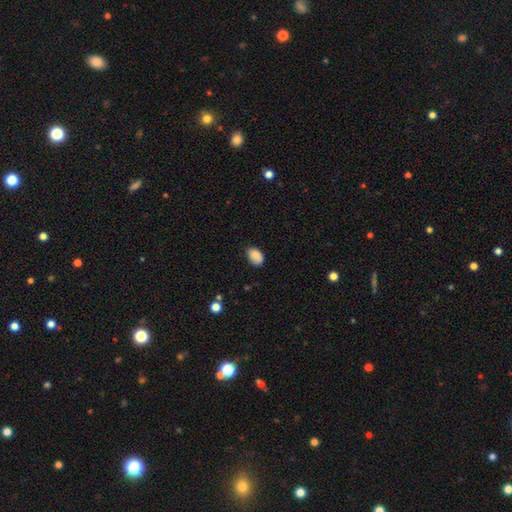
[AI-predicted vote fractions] This is clearly a smooth galaxy (86%). How rounded: clearly in between (87%). Merging: likely none (76%).